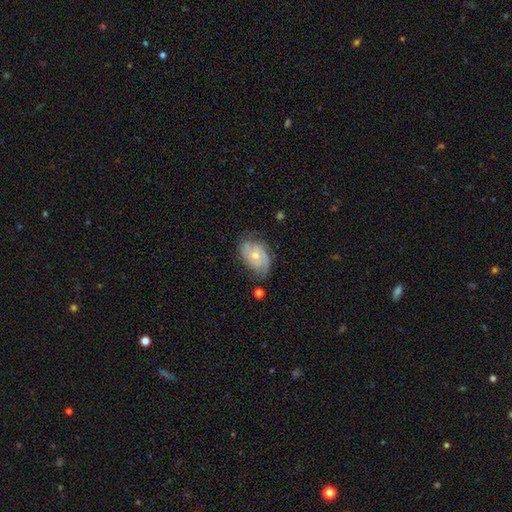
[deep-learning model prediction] smooth-or-featured: featured or disk: 66% | smooth: 27% | star or artifact: 7%
  disk-edge-on: no: 96% | yes: 4%
    bar: no: 74% | weak: 23% | strong: 3%
    has-spiral-arms: yes: 82% | no: 18%
      spiral-winding: tight: 46% | medium: 38% | loose: 16%
      spiral-arm-count: 2: 43% | can't tell: 35% | 3: 11% | 1: 5% | 4: 3% | more than 4: 3%
    bulge-size: moderate: 57% | small: 37% | large: 3% | none: 2% | dominant: 1%
  merging: none: 58% | minor disturbance: 28% | major disturbance: 11% | merger: 3%